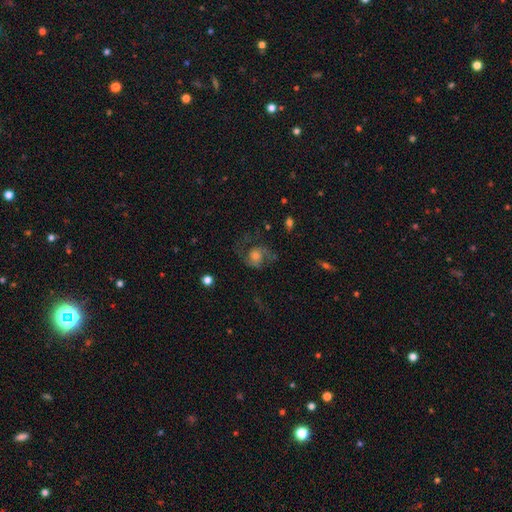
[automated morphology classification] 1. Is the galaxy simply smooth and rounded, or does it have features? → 68% featured or disk, 21% smooth, 12% star or artifact.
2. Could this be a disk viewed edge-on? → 97% no, 3% yes.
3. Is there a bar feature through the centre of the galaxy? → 71% no, 24% weak, 4% strong.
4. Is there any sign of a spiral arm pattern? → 90% yes, 10% no.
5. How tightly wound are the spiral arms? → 49% medium, 35% loose, 17% tight.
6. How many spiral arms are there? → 78% 2, 10% 1, 7% can't tell, 2% 3, 1% 4, 1% more than 4.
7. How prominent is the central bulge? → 49% moderate, 27% small, 16% large, 6% none, 3% dominant.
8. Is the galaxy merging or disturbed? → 58% none, 23% major disturbance, 17% minor disturbance, 2% merger.